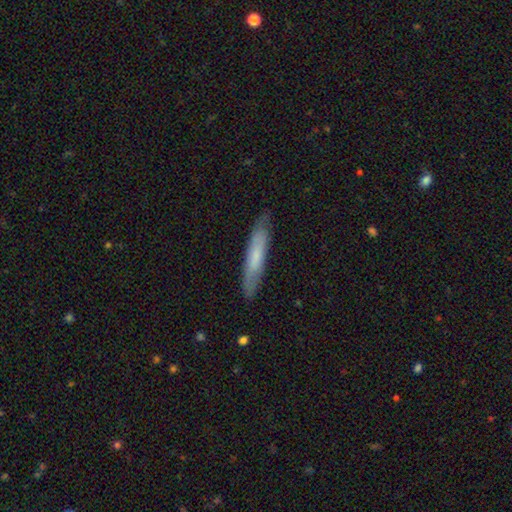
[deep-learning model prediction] Smooth or featured? smooth (64%)
How rounded? cigar-shaped (89%)
Merging? none (82%)